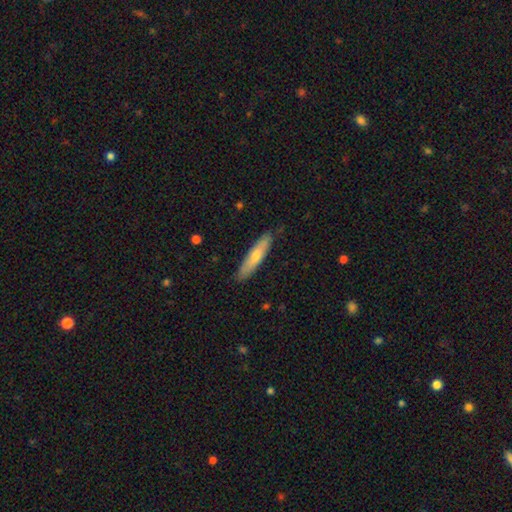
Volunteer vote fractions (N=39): Q: Smooth or featured?
A: smooth (54%); runner-up: featured or disk (41%)
Q: How rounded?
A: cigar-shaped (90%); runner-up: in between (10%)
Q: Merging?
A: none (84%); runner-up: minor disturbance (14%)